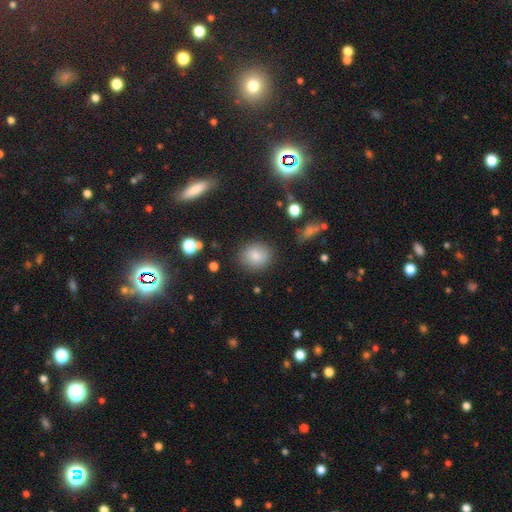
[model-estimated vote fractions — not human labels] Smooth or featured? Predicted: smooth (p=0.82). How rounded? Predicted: round (p=0.75). Merging? Predicted: none (p=0.85).